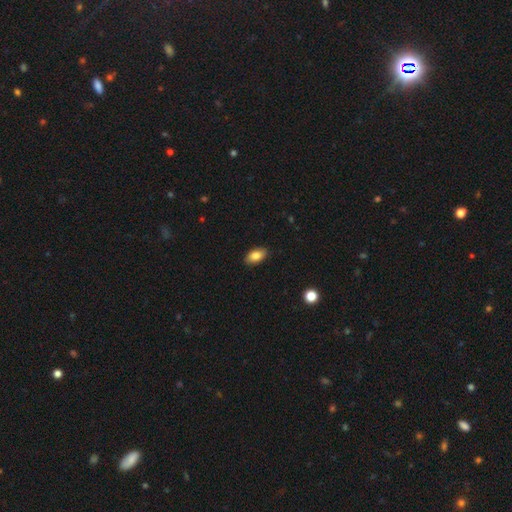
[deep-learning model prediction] Q: Smooth or featured?
A: smooth (83%); runner-up: featured or disk (9%)
Q: How rounded?
A: in between (92%); runner-up: round (5%)
Q: Merging?
A: none (89%); runner-up: minor disturbance (9%)